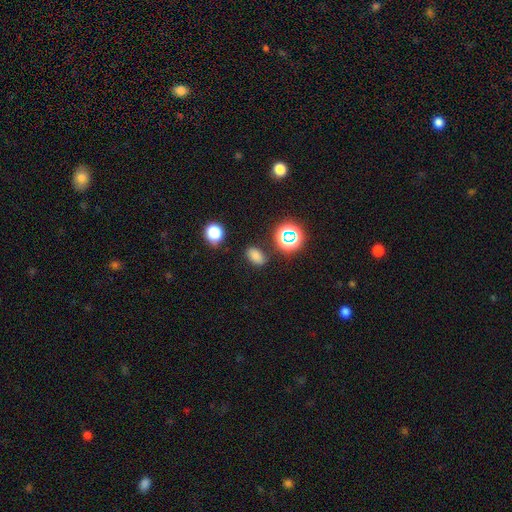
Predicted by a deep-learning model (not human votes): Smooth or featured: smooth — 73% (star or artifact — 20%)
How rounded: in between — 84% (round — 14%)
Merging: none — 83% (minor disturbance — 11%)